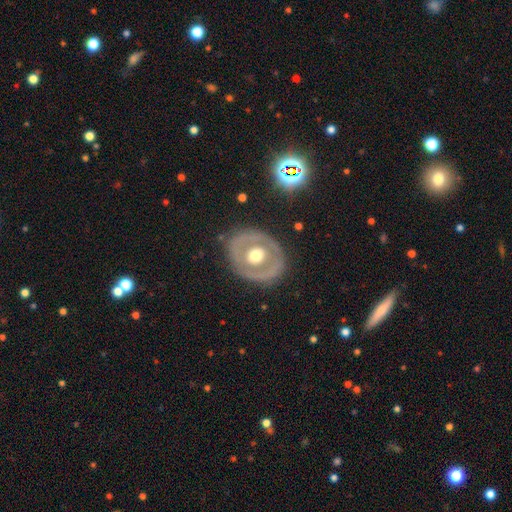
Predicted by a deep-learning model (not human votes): This is likely a featured or disk galaxy (61%). It is clearly not viewed edge-on (94%). Bar: likely no (76%). Spiral arm pattern: clearly no (85%). Central bulge: likely moderate (67%). Merging: likely none (77%).